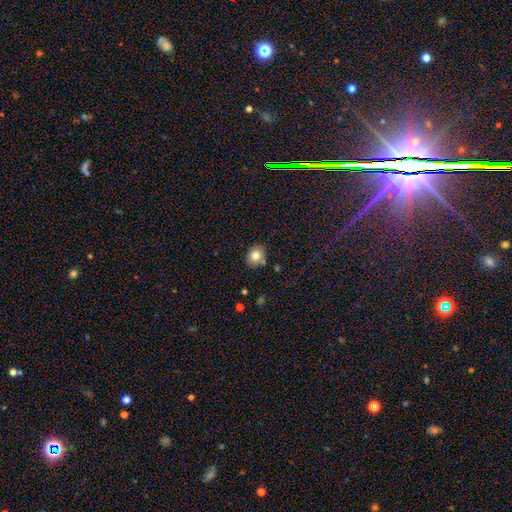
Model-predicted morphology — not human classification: Smooth or featured? smooth (79%)
How rounded? round (58%)
Merging? none (80%)